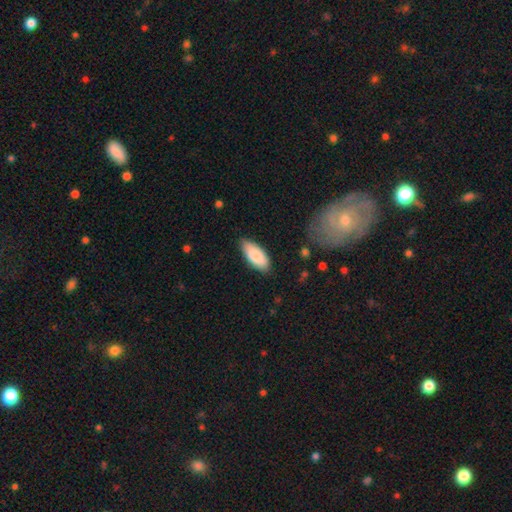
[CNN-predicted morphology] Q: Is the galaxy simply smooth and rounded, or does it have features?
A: smooth — 87%.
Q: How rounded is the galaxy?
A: in between — 86%.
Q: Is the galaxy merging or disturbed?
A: none — 80%.